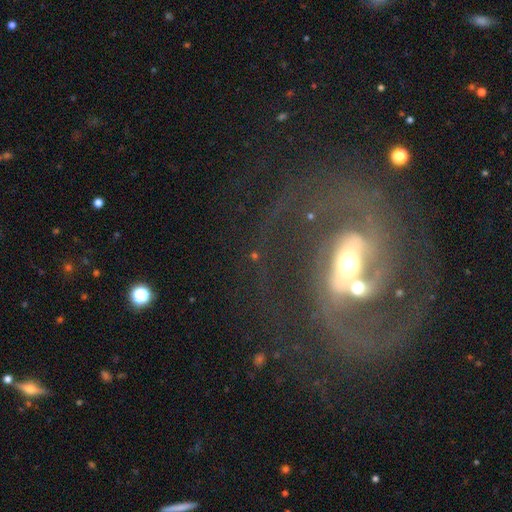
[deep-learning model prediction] The model was most divided on "bar": strong: 40%, weak: 31%, no: 29%. Remaining: edge-on disk — no (95%); spiral arms — yes (84%); smooth or featured — featured or disk (80%); spiral arm count — 2 (65%); bulge size — moderate (62%); spiral winding — medium (47%); merging — none (42%).